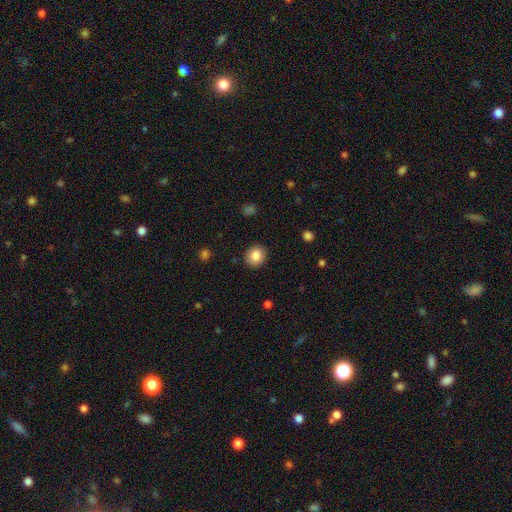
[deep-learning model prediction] Smooth or featured: smooth — 85% (star or artifact — 9%)
How rounded: round — 82% (in between — 17%)
Merging: none — 91% (minor disturbance — 6%)